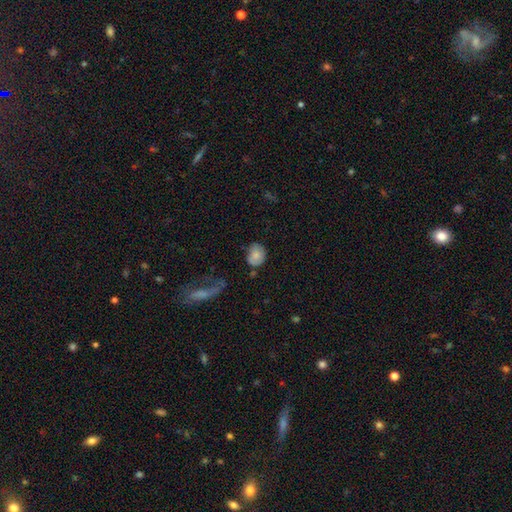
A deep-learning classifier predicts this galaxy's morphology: This is likely a smooth galaxy (78%). How rounded: possibly round (52%). Merging: likely none (63%).